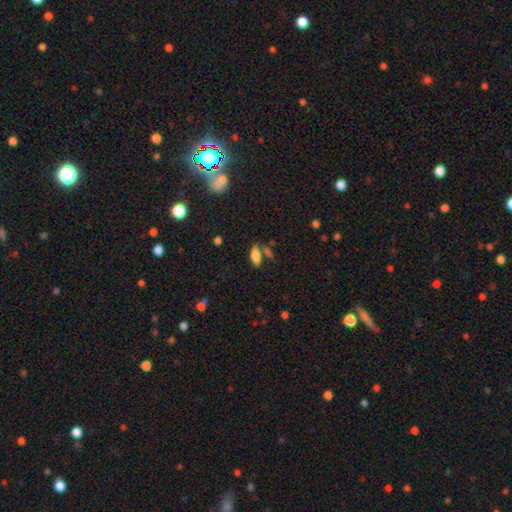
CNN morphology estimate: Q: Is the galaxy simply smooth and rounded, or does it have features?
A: smooth — 82%.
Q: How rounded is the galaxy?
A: in between — 81%.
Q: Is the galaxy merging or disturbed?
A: none — 64%.